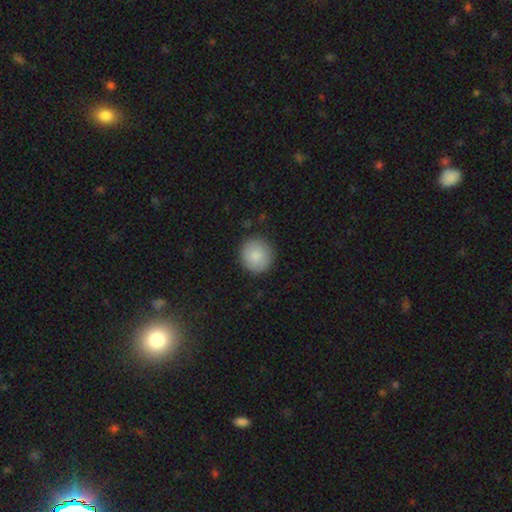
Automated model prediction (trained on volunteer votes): Smooth or featured?
  - smooth: 85% *
  - featured or disk: 8%
  - star or artifact: 7%
How rounded?
  - round: 92% *
  - in between: 7%
  - cigar-shaped: 1%
Merging?
  - none: 88% *
  - minor disturbance: 8%
  - major disturbance: 2%
  - merger: 1%